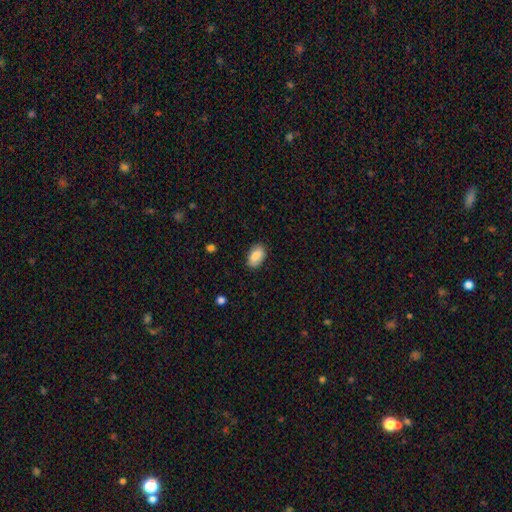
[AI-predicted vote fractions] smooth_or_featured: smooth (p=0.84) [alt: featured or disk p=0.09]
how_rounded: in between (p=0.92) [alt: round p=0.07]
merging: none (p=0.85) [alt: minor disturbance p=0.12]